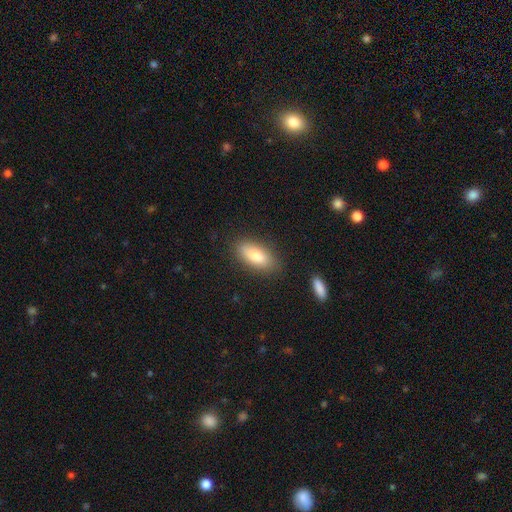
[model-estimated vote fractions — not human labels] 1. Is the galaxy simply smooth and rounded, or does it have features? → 81% smooth, 12% featured or disk, 7% star or artifact.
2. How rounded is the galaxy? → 85% in between, 12% cigar-shaped, 3% round.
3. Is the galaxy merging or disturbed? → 84% none, 11% minor disturbance, 3% major disturbance, 2% merger.